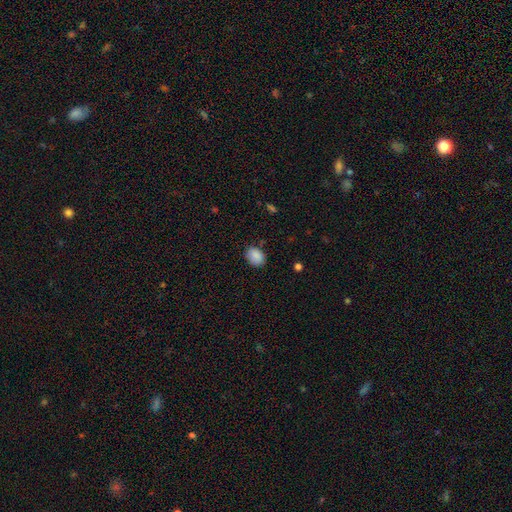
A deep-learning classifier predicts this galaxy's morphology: smooth_or_featured: smooth (p=0.88) [alt: star or artifact p=0.08]
how_rounded: in between (p=0.60) [alt: round p=0.39]
merging: none (p=0.80) [alt: minor disturbance p=0.15]